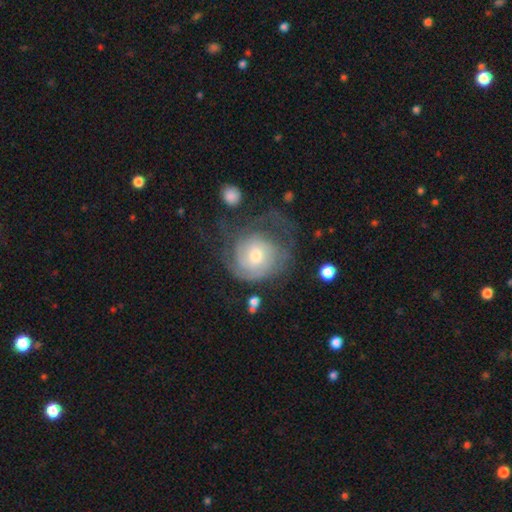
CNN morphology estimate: A featured or disk galaxy (70%) with no bar (72%), tight (58%) spiral arms (87%) and a moderate central bulge (56%). Merging: none (44%).